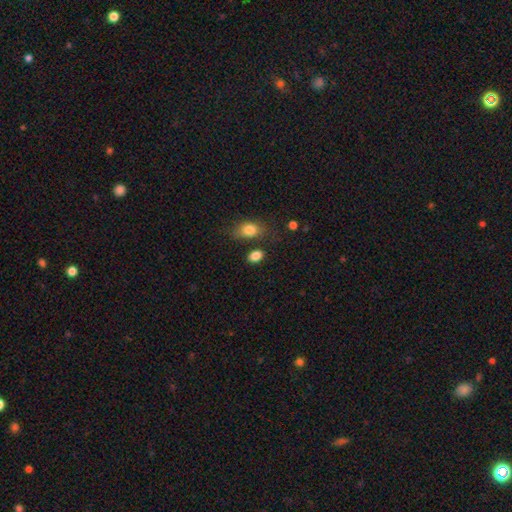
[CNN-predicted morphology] Overall: smooth (85%). How rounded: in between (80%). Merging: none (72%).